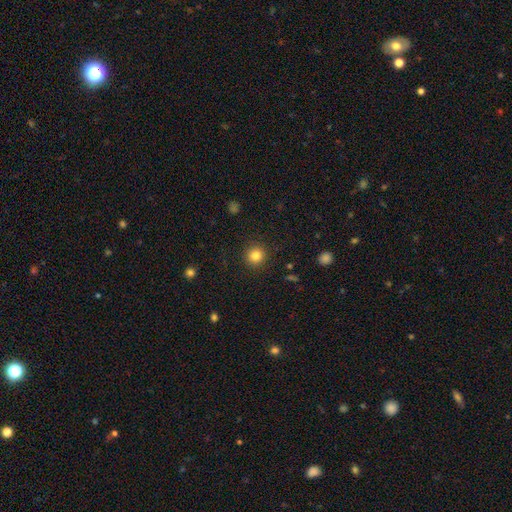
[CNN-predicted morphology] A smooth galaxy with no disk features (83%) that is round (94%). Merging: none (91%).